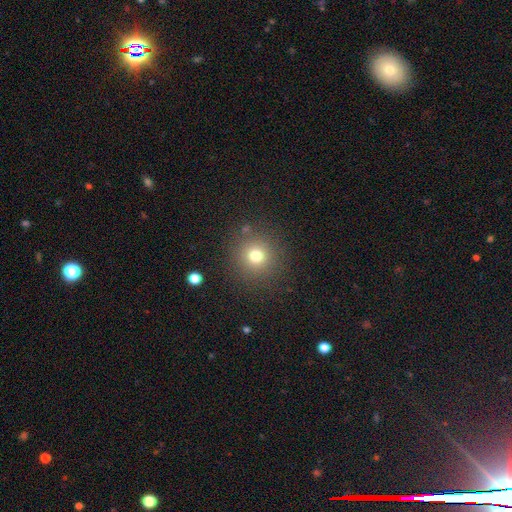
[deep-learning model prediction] Overall: smooth (74%). How rounded: round (94%). Merging: none (87%).